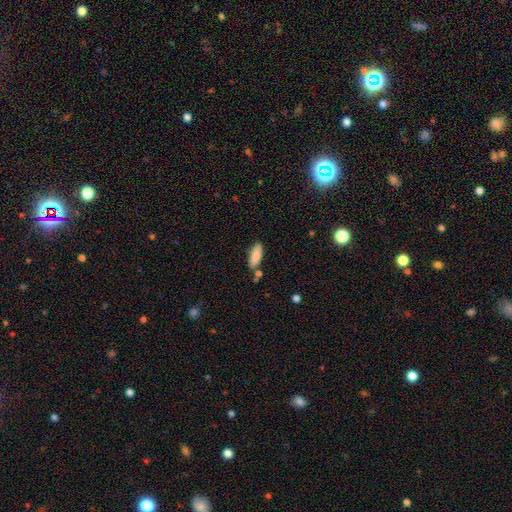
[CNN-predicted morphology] Q: Smooth or featured?
A: smooth (88%); runner-up: star or artifact (6%)
Q: How rounded?
A: in between (68%); runner-up: cigar-shaped (30%)
Q: Merging?
A: none (77%); runner-up: minor disturbance (13%)